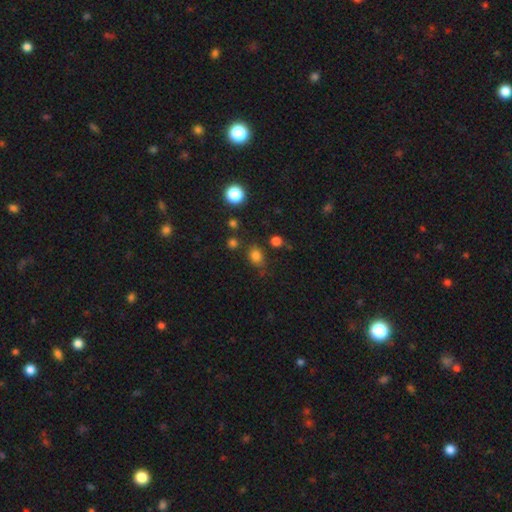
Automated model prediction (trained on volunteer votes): smooth-or-featured: smooth: 80% | star or artifact: 15% | featured or disk: 5%
  how-rounded: in between: 54% | round: 45% | cigar-shaped: 1%
  merging: none: 72% | minor disturbance: 17% | merger: 5% | major disturbance: 5%